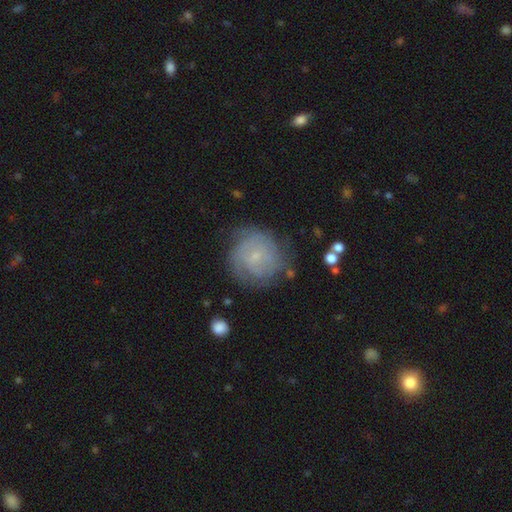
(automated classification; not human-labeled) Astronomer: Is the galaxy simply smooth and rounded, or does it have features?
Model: featured or disk — 62%.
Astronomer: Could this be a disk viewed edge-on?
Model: no — 98%.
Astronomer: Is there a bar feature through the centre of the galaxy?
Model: no — 70%.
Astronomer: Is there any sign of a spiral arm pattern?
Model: yes — 84%.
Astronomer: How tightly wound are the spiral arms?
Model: tight — 63%.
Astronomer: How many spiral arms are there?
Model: can't tell — 50%.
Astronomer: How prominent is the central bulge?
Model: small — 78%.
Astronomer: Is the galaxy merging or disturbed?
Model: none — 70%.